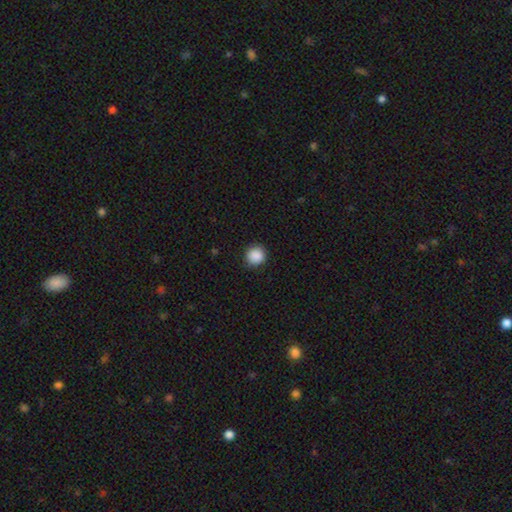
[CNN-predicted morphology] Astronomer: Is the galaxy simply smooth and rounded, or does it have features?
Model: smooth — 89%.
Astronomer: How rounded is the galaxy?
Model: round — 91%.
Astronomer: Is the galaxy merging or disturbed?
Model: none — 89%.